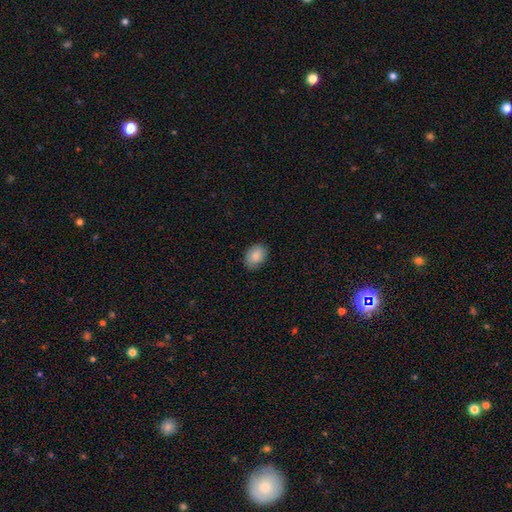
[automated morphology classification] Q: Smooth or featured?
A: smooth (87%); runner-up: star or artifact (7%)
Q: How rounded?
A: in between (67%); runner-up: round (32%)
Q: Merging?
A: none (82%); runner-up: minor disturbance (15%)